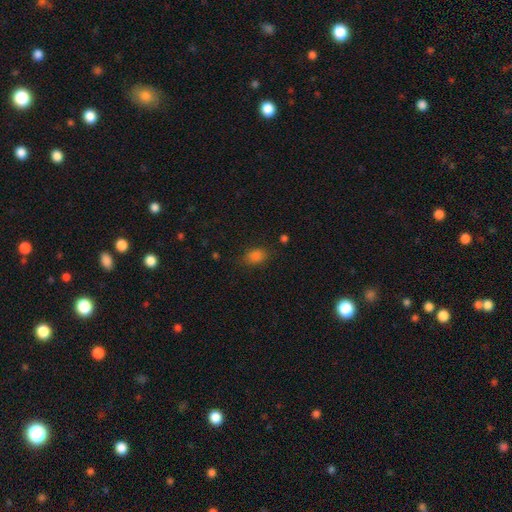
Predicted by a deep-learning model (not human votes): Q: Smooth or featured?
A: smooth (79%); runner-up: star or artifact (16%)
Q: How rounded?
A: in between (76%); runner-up: round (22%)
Q: Merging?
A: none (78%); runner-up: minor disturbance (16%)